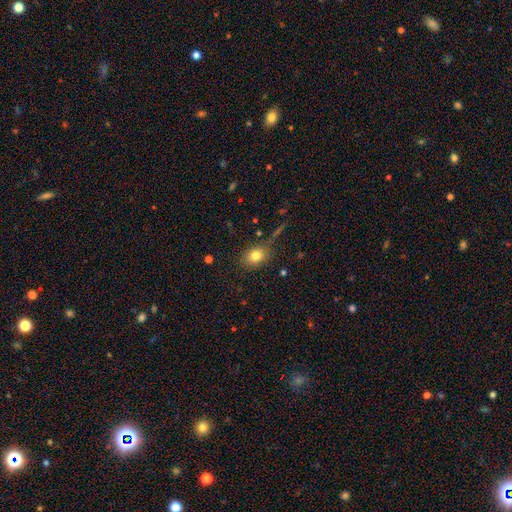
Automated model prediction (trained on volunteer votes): Smooth or featured?
  - smooth: 80% *
  - star or artifact: 11%
  - featured or disk: 10%
How rounded?
  - in between: 69% *
  - round: 29%
  - cigar-shaped: 2%
Merging?
  - none: 78% *
  - minor disturbance: 14%
  - major disturbance: 5%
  - merger: 4%